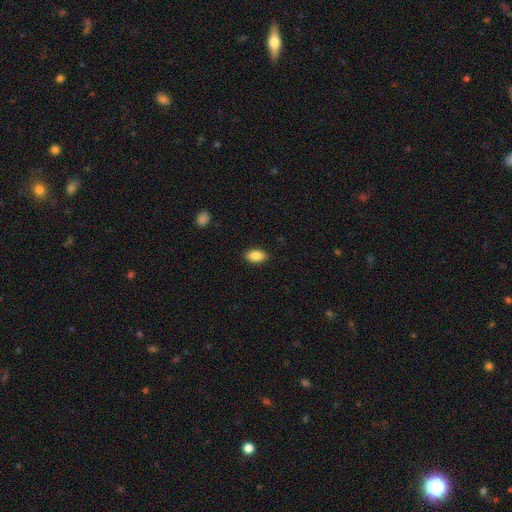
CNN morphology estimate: smooth 86%, star or artifact 7%, featured or disk 7%. Down the decision tree: how rounded — in between (91%); merging — none (88%).